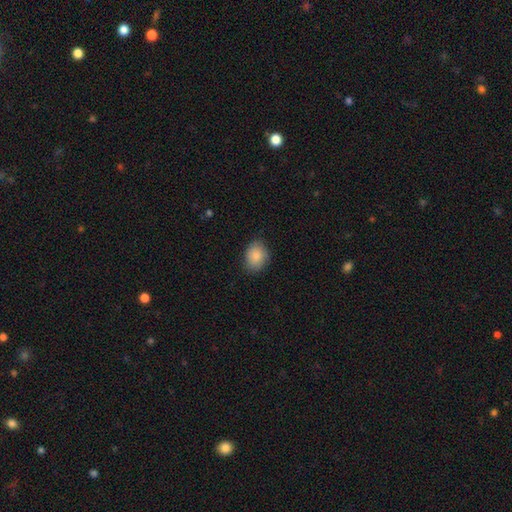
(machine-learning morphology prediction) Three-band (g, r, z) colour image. It shows a smooth galaxy with no disk features (87%) that is in between round and cigar-shaped (63%). Merging: none (82%).